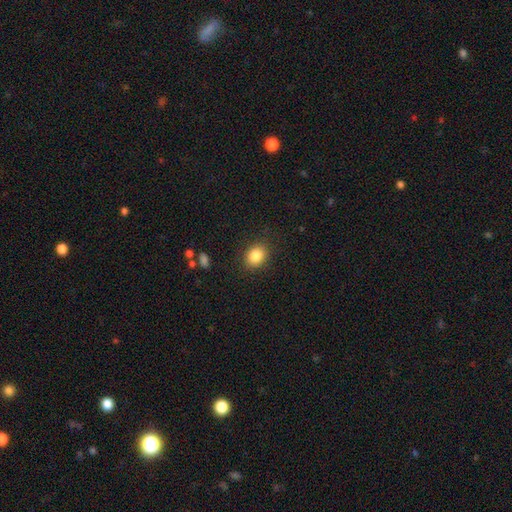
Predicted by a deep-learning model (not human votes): Q: Smooth or featured?
A: smooth (85%); runner-up: star or artifact (9%)
Q: How rounded?
A: round (50%); runner-up: in between (49%)
Q: Merging?
A: none (87%); runner-up: minor disturbance (9%)